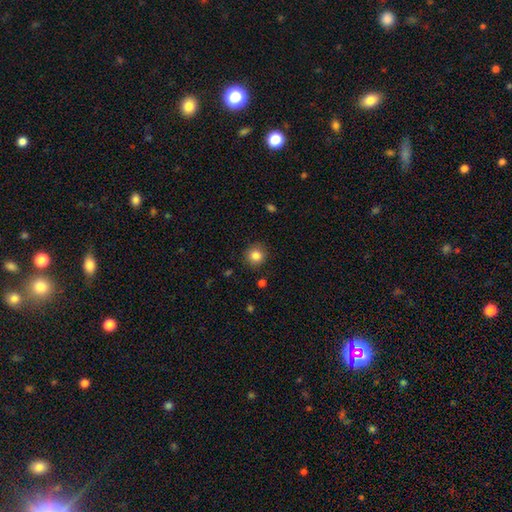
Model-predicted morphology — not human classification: This is clearly a smooth galaxy (84%). How rounded: clearly round (91%). Merging: clearly none (89%).